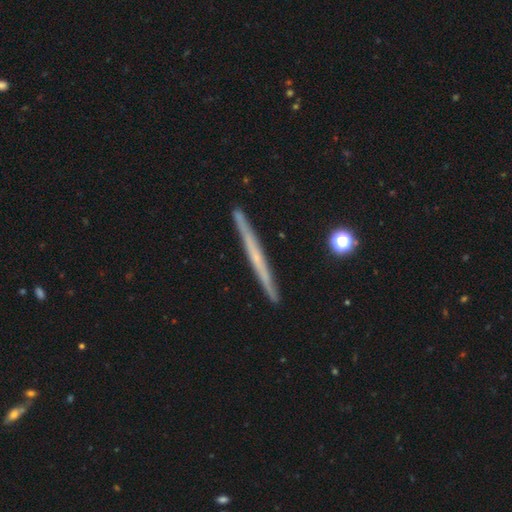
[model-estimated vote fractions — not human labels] Morphology: type=featured or disk (60%); edge-on=yes (97%); edge-on bulge=none (82%); merging=none (91%).